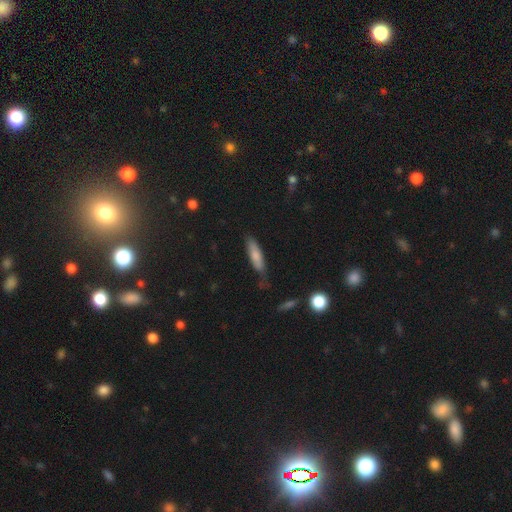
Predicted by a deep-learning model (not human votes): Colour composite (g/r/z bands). It shows a smooth galaxy with no disk features (76%) that is cigar-shaped (65%). Merging: none (64%).